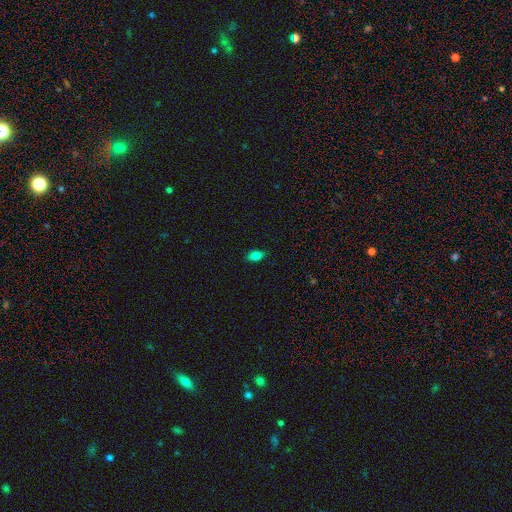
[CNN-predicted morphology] This is clearly a smooth galaxy (82%). How rounded: clearly in between (88%). Merging: clearly none (86%).